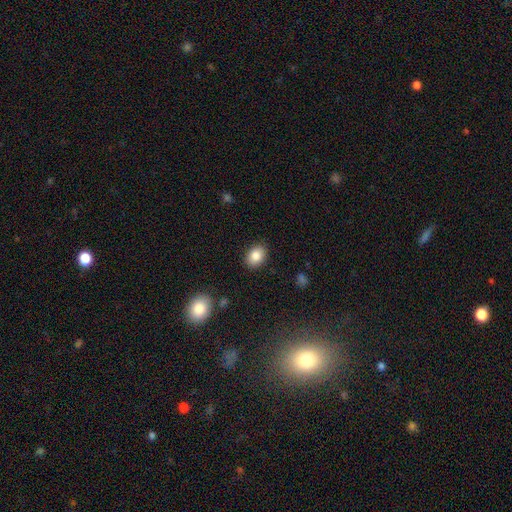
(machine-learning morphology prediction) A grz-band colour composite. It shows a smooth galaxy with no disk features (84%) that is in between round and cigar-shaped (69%). Merging: none (87%).